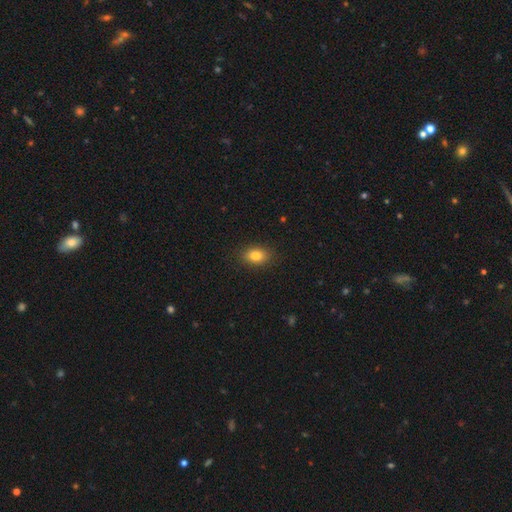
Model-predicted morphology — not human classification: This appears to be a smooth galaxy with no disk features (83%) that is in between round and cigar-shaped (78%). Merging: none (88%).